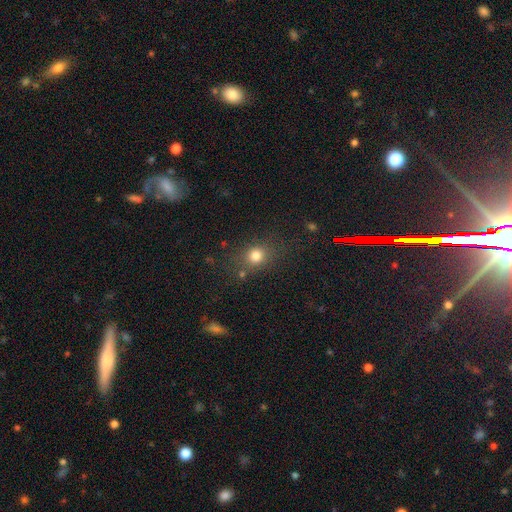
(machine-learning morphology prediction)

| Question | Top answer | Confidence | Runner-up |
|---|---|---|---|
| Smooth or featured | smooth | 78% | star or artifact (14%) |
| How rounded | round | 70% | in between (28%) |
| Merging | none | 77% | minor disturbance (13%) |